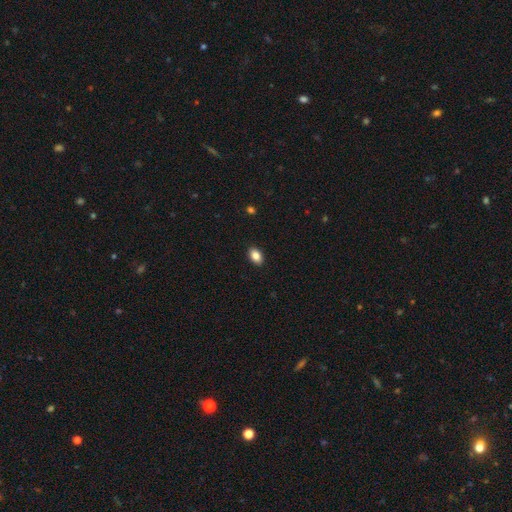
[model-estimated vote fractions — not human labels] Smooth or featured?
  - smooth: 87% *
  - star or artifact: 8%
  - featured or disk: 5%
How rounded?
  - in between: 89% *
  - round: 10%
  - cigar-shaped: 1%
Merging?
  - none: 90% *
  - minor disturbance: 7%
  - major disturbance: 2%
  - merger: 1%